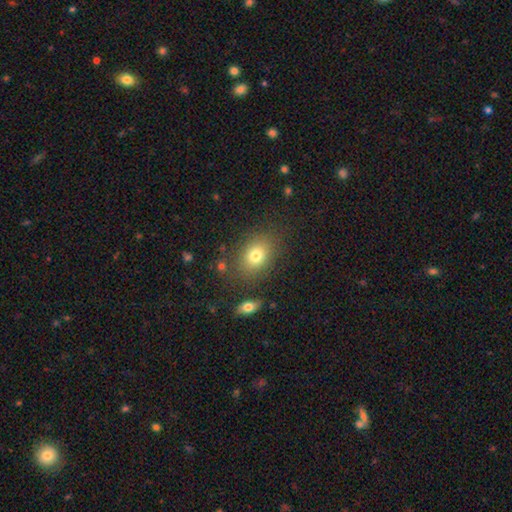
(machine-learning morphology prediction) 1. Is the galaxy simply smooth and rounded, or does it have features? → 77% smooth, 11% star or artifact, 11% featured or disk.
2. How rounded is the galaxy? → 66% in between, 33% round, 1% cigar-shaped.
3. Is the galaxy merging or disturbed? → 79% none, 12% minor disturbance, 5% major disturbance, 4% merger.